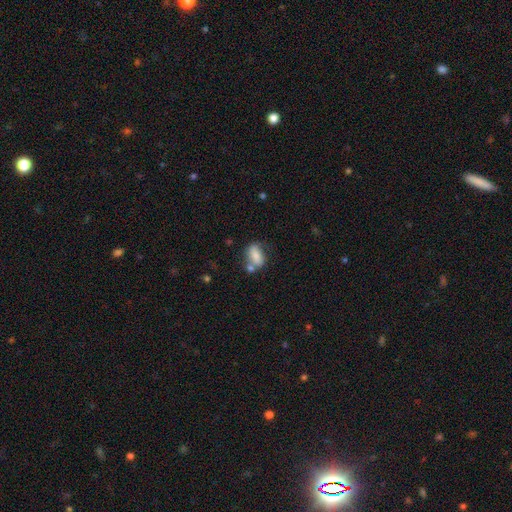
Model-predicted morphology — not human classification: Smooth or featured? smooth (70%)
How rounded? in between (79%)
Merging? none (51%)